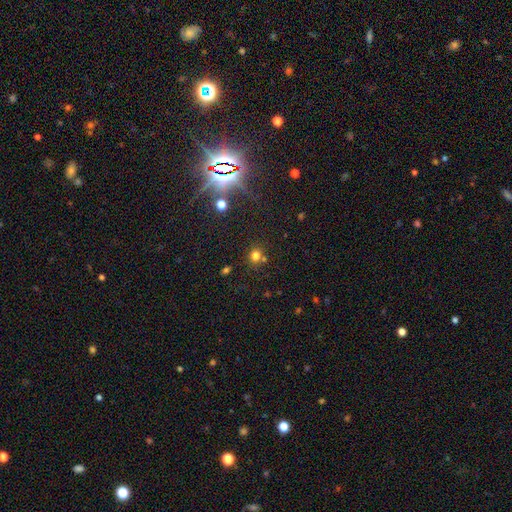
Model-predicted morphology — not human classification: Q: Smooth or featured?
A: smooth (74%); runner-up: star or artifact (19%)
Q: How rounded?
A: round (80%); runner-up: in between (19%)
Q: Merging?
A: none (72%); runner-up: merger (15%)